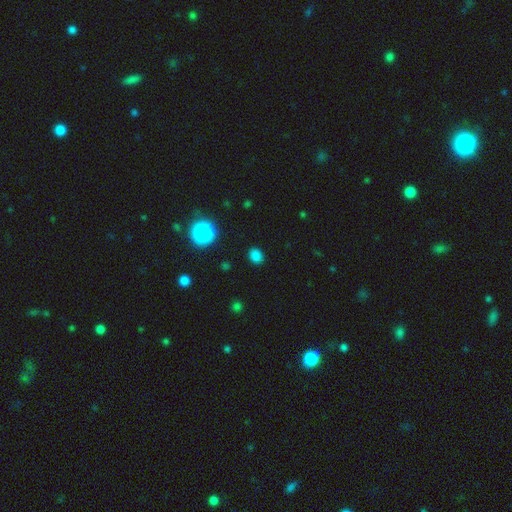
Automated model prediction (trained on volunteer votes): Overall: smooth (79%). How rounded: round (51%; in between 48%). Merging: none (87%).